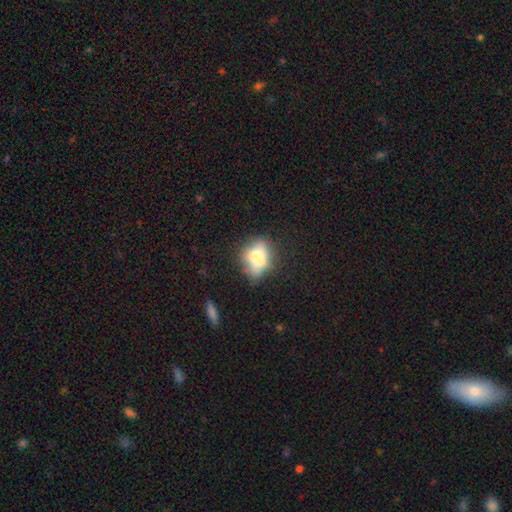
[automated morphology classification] This appears to be a smooth galaxy with no disk features (71%) that is in between round and cigar-shaped (60%). Merging: none (48%).